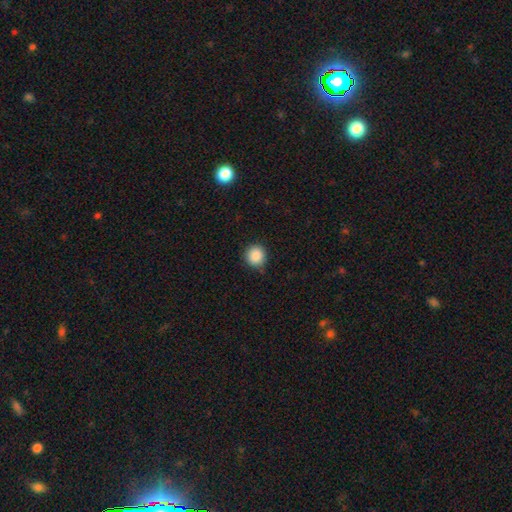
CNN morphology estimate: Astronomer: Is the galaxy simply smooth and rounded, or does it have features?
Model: smooth — 87%.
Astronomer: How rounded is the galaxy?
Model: round — 91%.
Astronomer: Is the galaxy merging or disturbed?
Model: none — 86%.